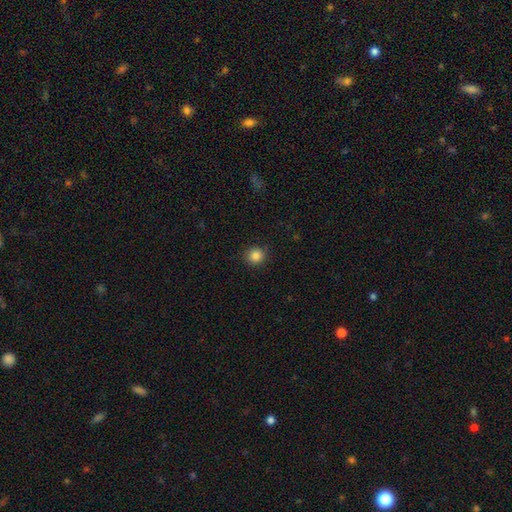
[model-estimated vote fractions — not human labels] Overall: smooth (85%). How rounded: round (92%). Merging: none (89%).